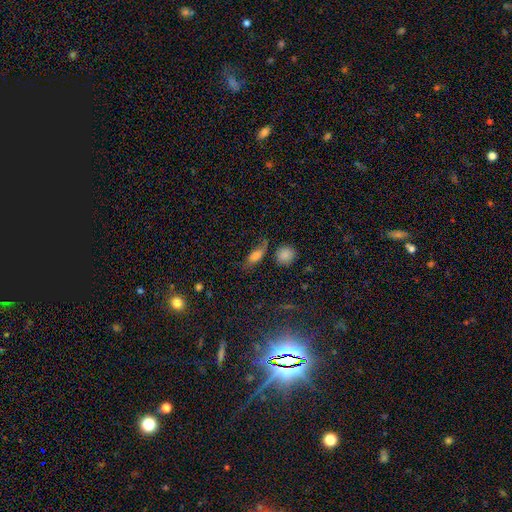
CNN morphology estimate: A smooth galaxy with no disk features (70%) that is in between round and cigar-shaped (72%). Merging: none (48%).